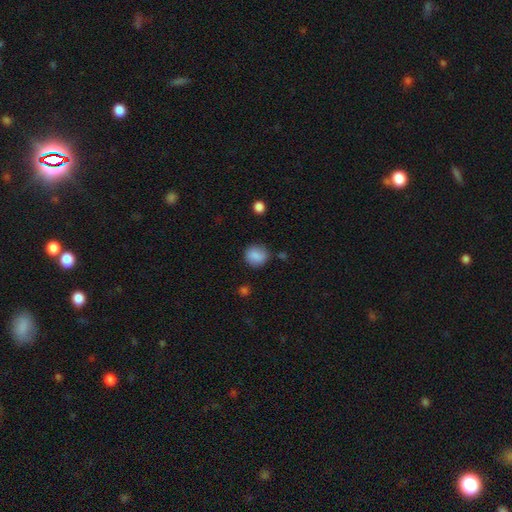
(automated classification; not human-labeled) A smooth galaxy with no disk features (86%) that is round (81%). Merging: none (80%).